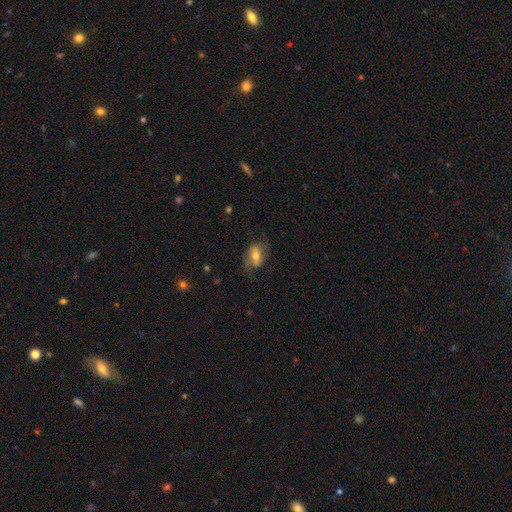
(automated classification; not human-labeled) Morphology: type=smooth (48%); merging=none (67%).